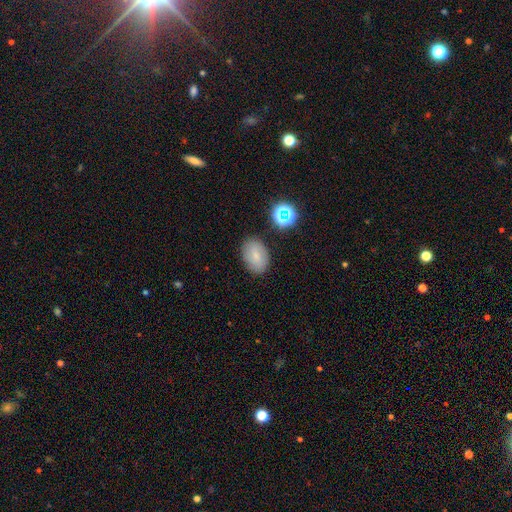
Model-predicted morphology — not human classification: This is likely a smooth galaxy (72%). How rounded: clearly in between (83%). Merging: clearly none (82%).